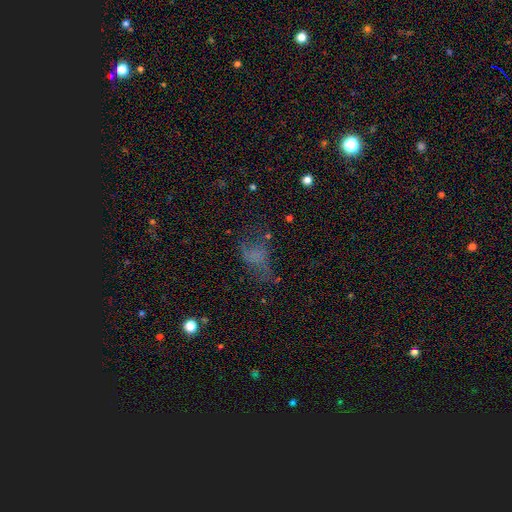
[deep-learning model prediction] A smooth galaxy with no disk features (45%).

Vote fractions:
- Smooth or featured? smooth: 45% / featured or disk: 32% / star or artifact: 22%
- Merging? none: 40% / major disturbance: 34% / minor disturbance: 22% / merger: 4%